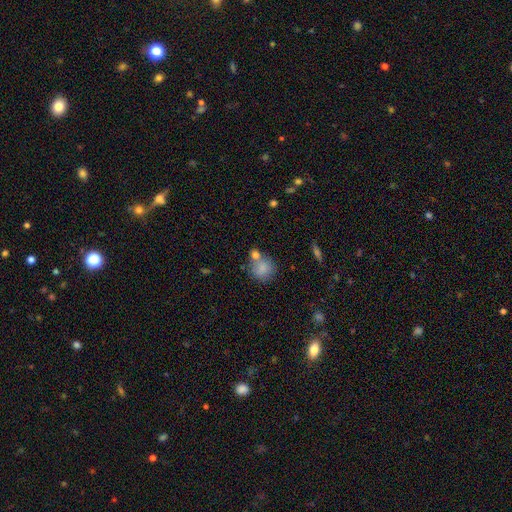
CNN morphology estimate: Smooth or featured? Predicted: smooth (p=0.81). How rounded? Predicted: round (p=0.80). Merging? Predicted: none (p=0.54).